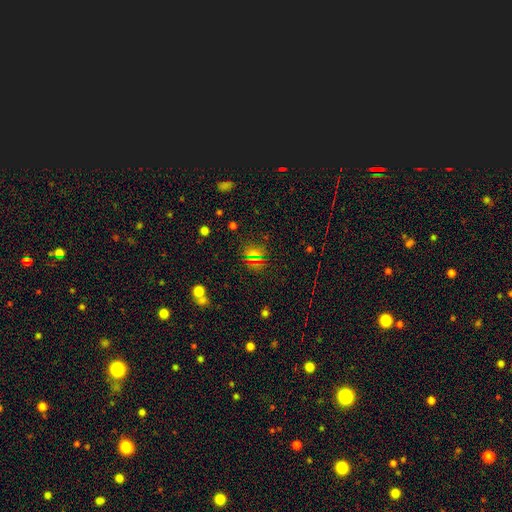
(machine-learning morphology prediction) Smooth or featured: star or artifact — 47% (smooth — 43%)